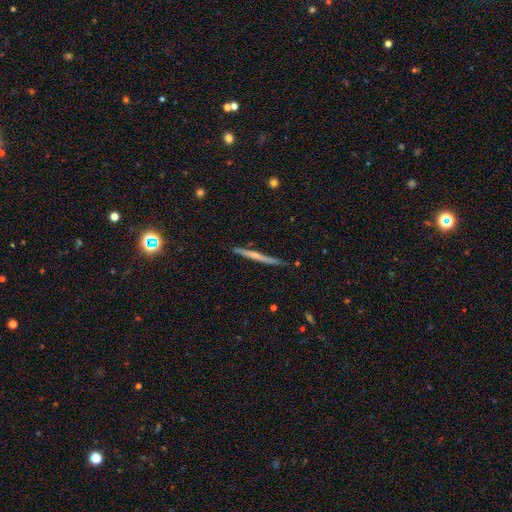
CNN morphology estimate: A featured or disk galaxy (57%) viewed edge-on (97%) with no central bulge (61%).

Vote fractions:
- Smooth or featured? featured or disk: 57% / smooth: 36% / star or artifact: 7%
- Edge-on disk? yes: 97% / no: 3%
- Edge-on bulge? none: 61% / rounded: 33% / boxy: 7%
- Merging? none: 87% / minor disturbance: 10% / major disturbance: 2% / merger: 2%